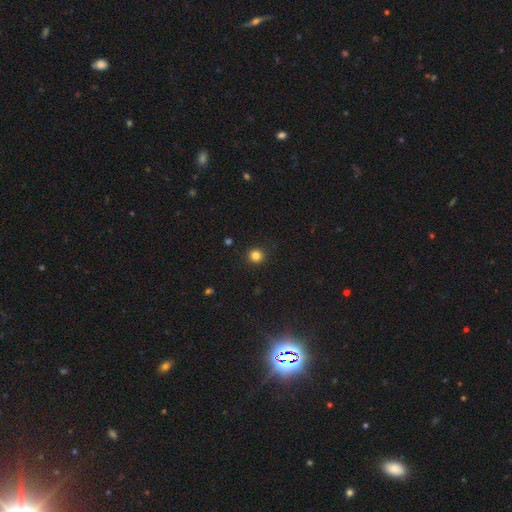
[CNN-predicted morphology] This appears to be a smooth galaxy with no disk features (83%) that is round (95%). Merging: none (92%).